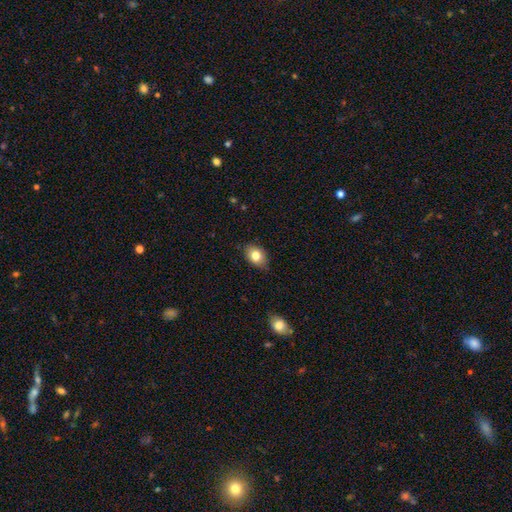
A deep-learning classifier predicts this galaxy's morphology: Overall: smooth (80%). How rounded: in between (76%). Merging: none (81%).